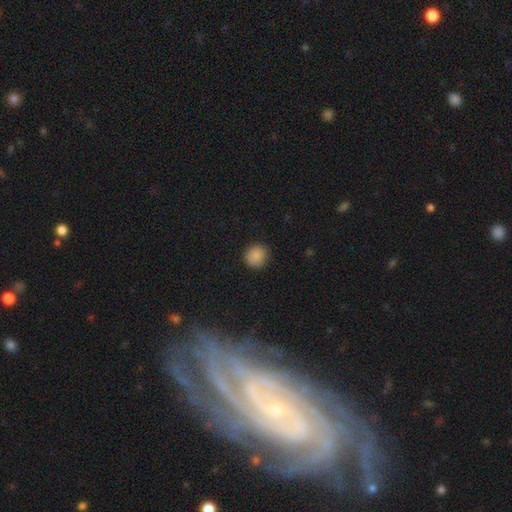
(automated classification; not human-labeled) Q: Smooth or featured?
A: smooth (87%); runner-up: star or artifact (10%)
Q: How rounded?
A: round (89%); runner-up: in between (10%)
Q: Merging?
A: none (87%); runner-up: minor disturbance (10%)